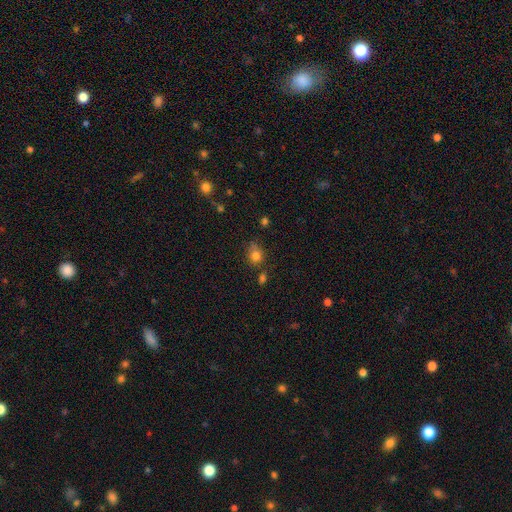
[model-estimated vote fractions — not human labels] smooth_or_featured: smooth (p=0.79) [alt: star or artifact p=0.14]
how_rounded: round (p=0.65) [alt: in between p=0.34]
merging: none (p=0.56) [alt: minor disturbance p=0.27]